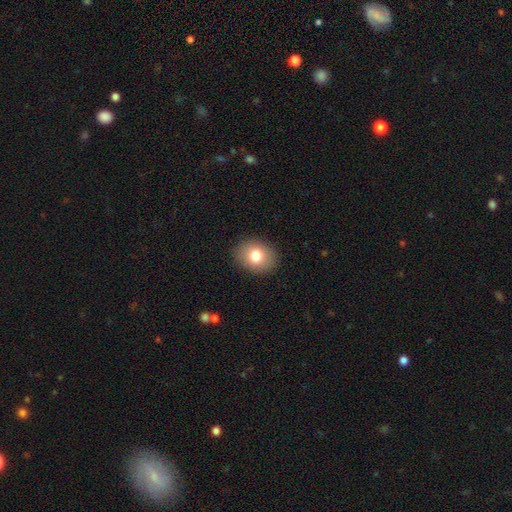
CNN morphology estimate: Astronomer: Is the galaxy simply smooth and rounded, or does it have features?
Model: smooth — 79%.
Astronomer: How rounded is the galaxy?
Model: in between — 50% (runner-up: round, 49%).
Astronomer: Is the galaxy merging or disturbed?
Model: none — 90%.